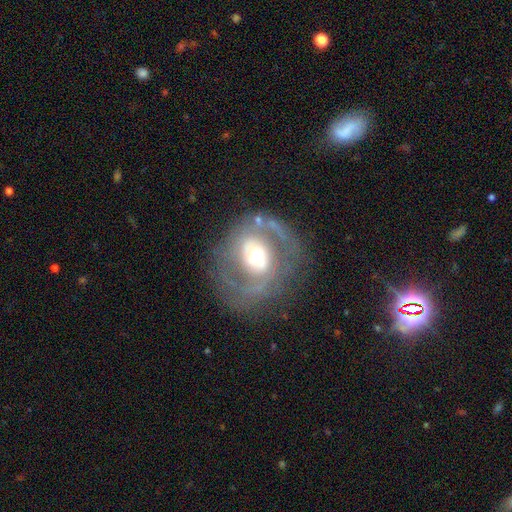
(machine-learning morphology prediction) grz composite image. It shows a featured or disk galaxy (67%) with no bar (53%), spiral arms (52%) and a moderate central bulge (59%). Merging: none (66%).